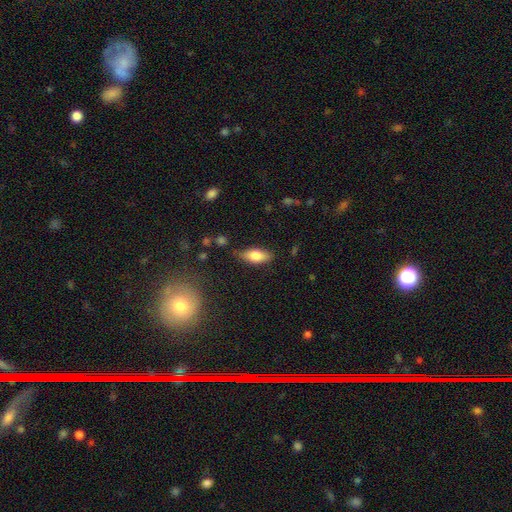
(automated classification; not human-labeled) Overall: smooth (76%). How rounded: in between (81%). Merging: none (81%).